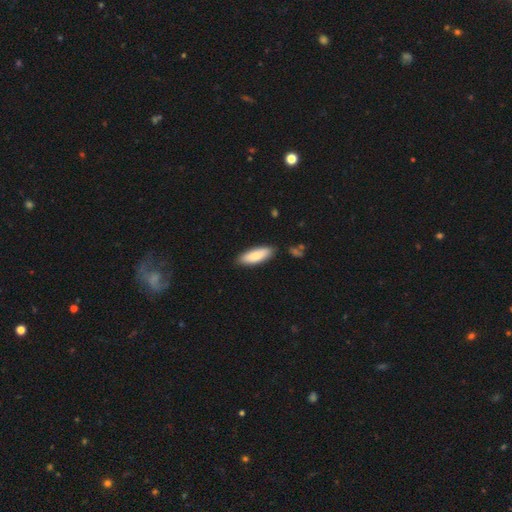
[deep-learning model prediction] A smooth galaxy with no disk features (81%) that is in between round and cigar-shaped (64%).

Vote fractions:
- Smooth or featured? smooth: 81% / featured or disk: 13% / star or artifact: 5%
- How rounded? in between: 64% / cigar-shaped: 35% / round: 2%
- Merging? none: 86% / minor disturbance: 11% / major disturbance: 2% / merger: 2%